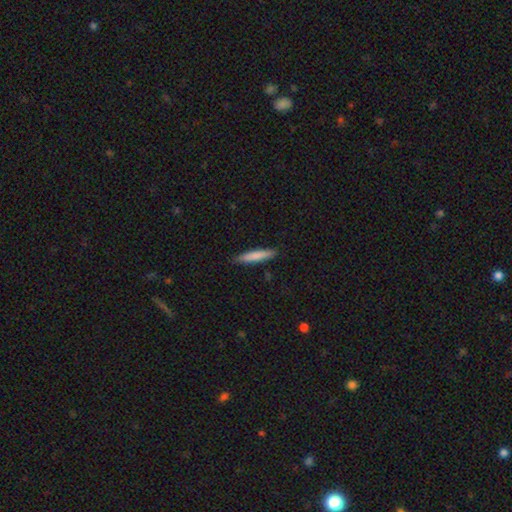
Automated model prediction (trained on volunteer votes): smooth-or-featured: smooth: 79% | featured or disk: 16% | star or artifact: 5%
  how-rounded: cigar-shaped: 90% | in between: 9% | round: 1%
  merging: none: 88% | minor disturbance: 9% | major disturbance: 2% | merger: 1%